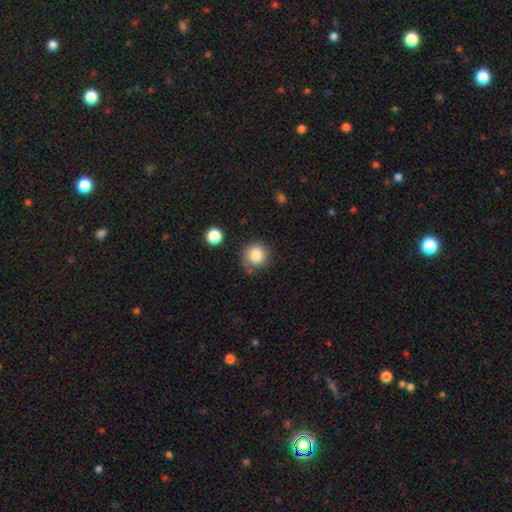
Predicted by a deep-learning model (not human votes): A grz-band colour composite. It shows a smooth galaxy with no disk features (85%) that is round (91%). Merging: none (76%).